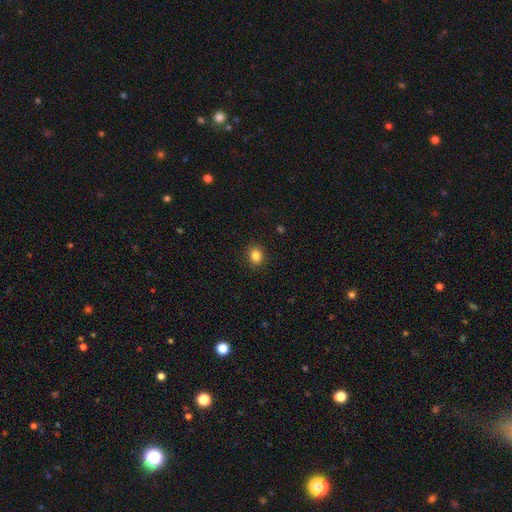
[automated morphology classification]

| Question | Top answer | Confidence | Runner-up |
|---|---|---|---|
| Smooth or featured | smooth | 85% | star or artifact (11%) |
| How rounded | round | 66% | in between (34%) |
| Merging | none | 89% | minor disturbance (8%) |